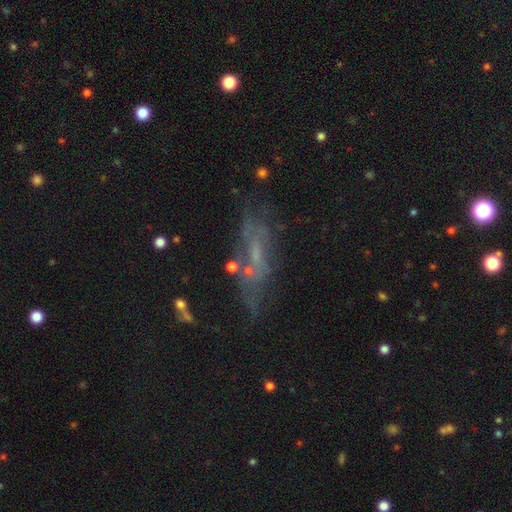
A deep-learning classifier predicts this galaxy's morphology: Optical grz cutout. It shows a featured or disk galaxy (48%). Merging: none (57%).